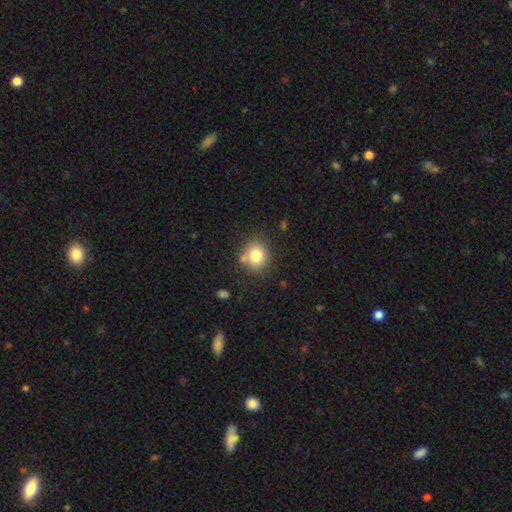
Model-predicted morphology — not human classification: This is likely a smooth galaxy (79%). How rounded: likely round (78%). Merging: likely none (77%).